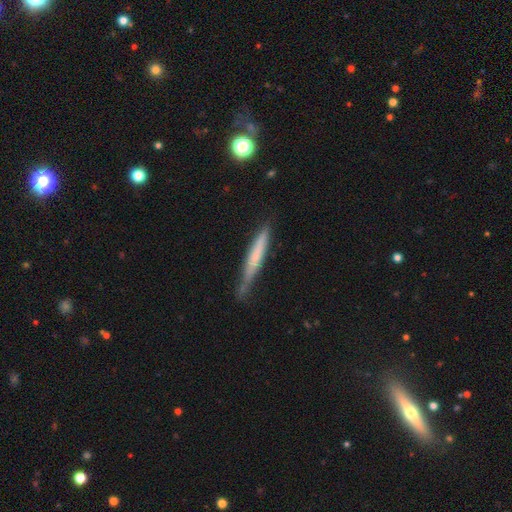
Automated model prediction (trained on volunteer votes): Morphology: type=smooth (58%); roundness=cigar-shaped (94%); merging=none (63%).